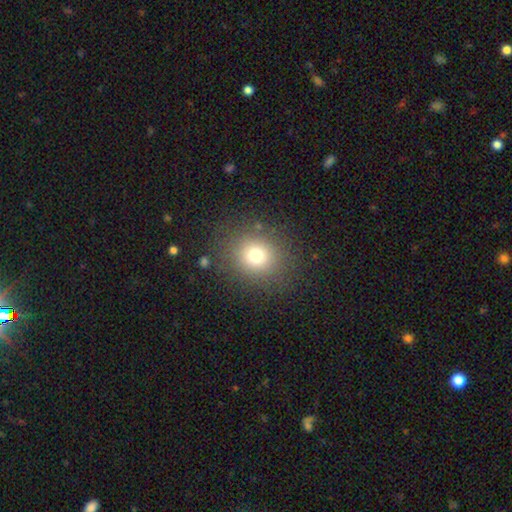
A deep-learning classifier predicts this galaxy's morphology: Smooth or featured? Predicted: smooth (p=0.72). How rounded? Predicted: round (p=0.80). Merging? Predicted: none (p=0.84).